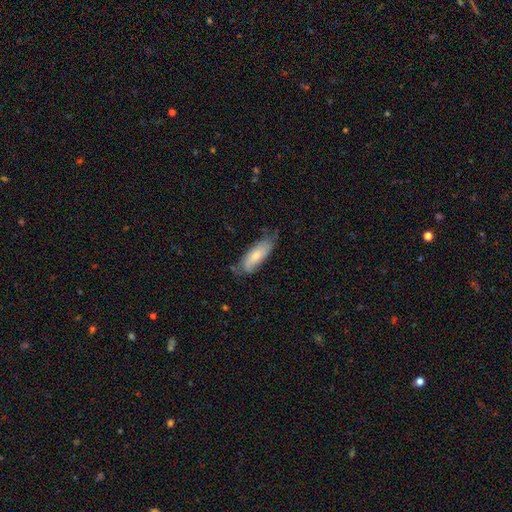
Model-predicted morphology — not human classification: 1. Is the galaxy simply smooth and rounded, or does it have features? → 68% smooth, 26% featured or disk, 6% star or artifact.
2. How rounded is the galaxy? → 63% in between, 35% cigar-shaped, 2% round.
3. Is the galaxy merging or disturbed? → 57% none, 33% minor disturbance, 8% major disturbance, 2% merger.